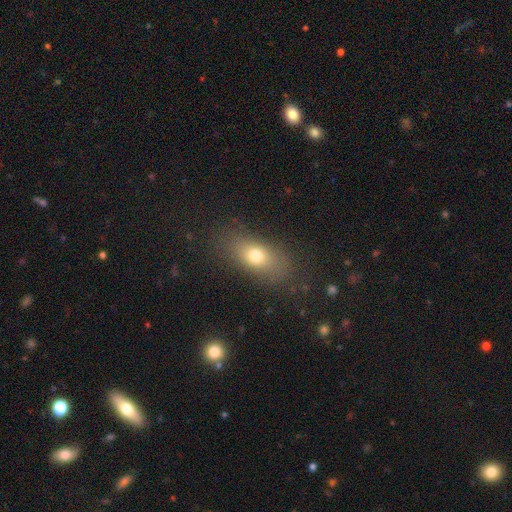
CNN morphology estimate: smooth-or-featured: smooth: 72% | featured or disk: 16% | star or artifact: 12%
  how-rounded: in between: 78% | round: 13% | cigar-shaped: 9%
  merging: none: 81% | minor disturbance: 12% | major disturbance: 6% | merger: 1%